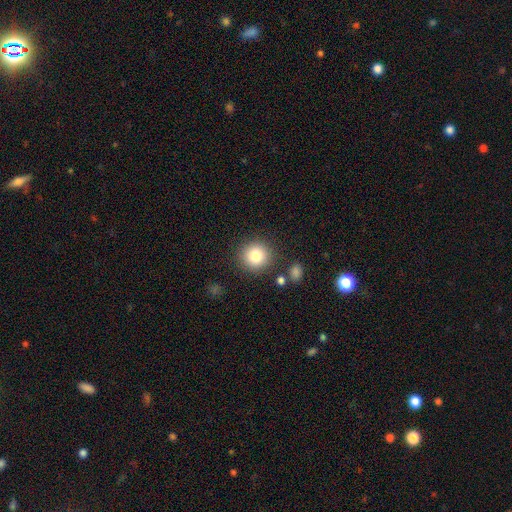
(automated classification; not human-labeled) Q: Smooth or featured?
A: smooth (81%); runner-up: star or artifact (11%)
Q: How rounded?
A: round (92%); runner-up: in between (7%)
Q: Merging?
A: none (85%); runner-up: minor disturbance (8%)